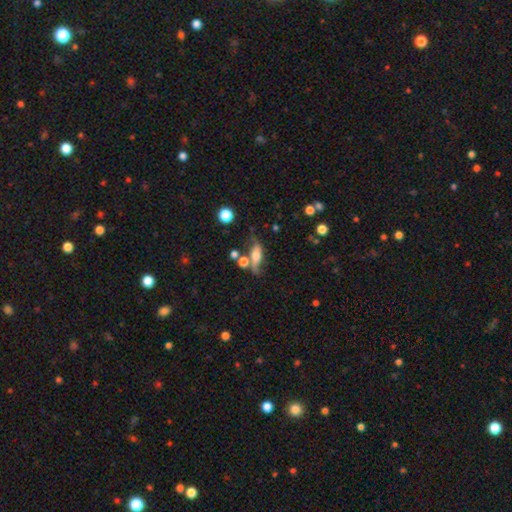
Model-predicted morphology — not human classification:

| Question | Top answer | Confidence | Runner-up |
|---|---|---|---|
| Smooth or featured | featured or disk | 55% | smooth (35%) |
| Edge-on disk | no | 66% | yes (34%) |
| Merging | none | 47% | minor disturbance (22%) |